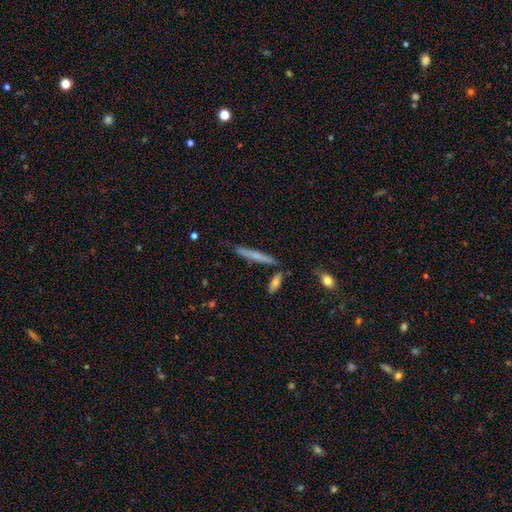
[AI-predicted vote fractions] This appears to be a smooth galaxy with no disk features (56%) that is cigar-shaped (94%). Merging: none (80%).